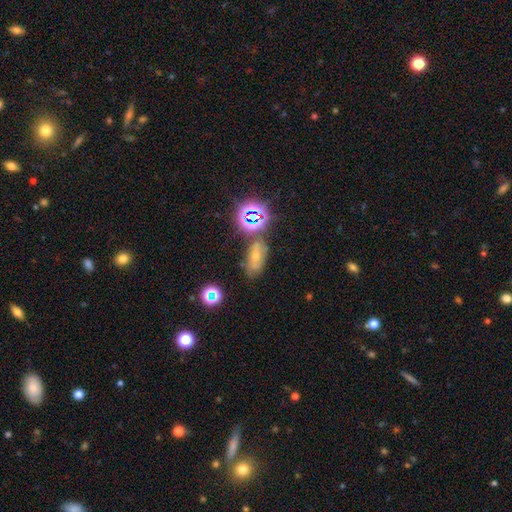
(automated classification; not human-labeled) This is marginally a smooth galaxy (43%). Merging: likely none (61%).